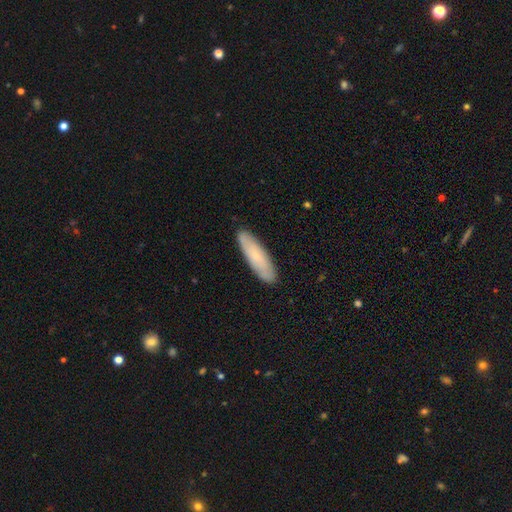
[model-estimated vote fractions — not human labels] smooth_or_featured: smooth (p=0.73) [alt: featured or disk p=0.20]
how_rounded: cigar-shaped (p=0.66) [alt: in between p=0.33]
merging: none (p=0.88) [alt: minor disturbance p=0.09]